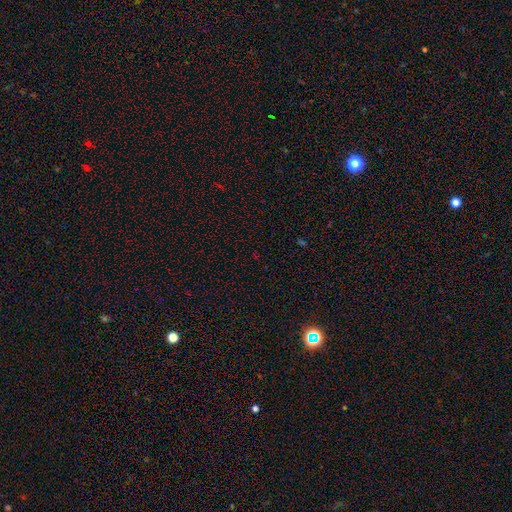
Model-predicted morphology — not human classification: star or artifact 68%, smooth 25%, featured or disk 7%.